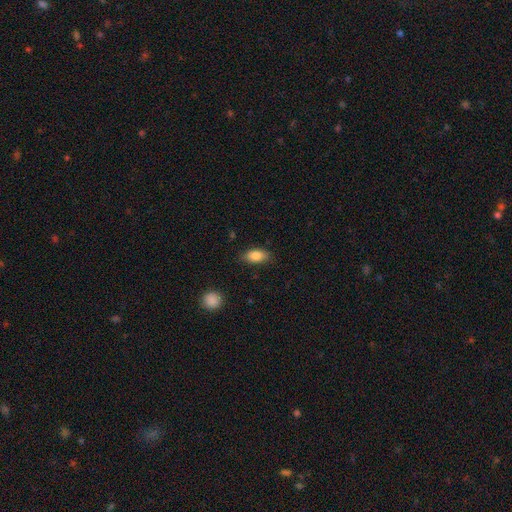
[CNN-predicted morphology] Smooth or featured: smooth — 85% (featured or disk — 8%)
How rounded: in between — 88% (cigar-shaped — 7%)
Merging: none — 83% (minor disturbance — 13%)